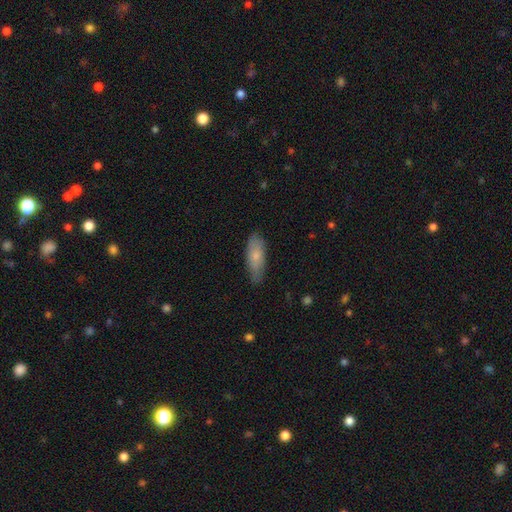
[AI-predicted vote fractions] This appears to be a smooth galaxy with no disk features (76%) that is in between round and cigar-shaped (64%). Merging: none (77%).